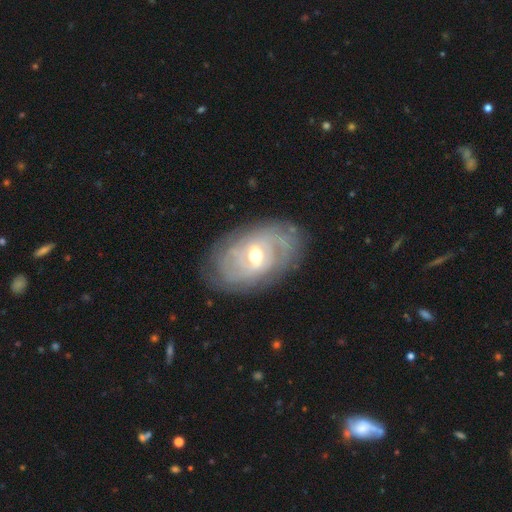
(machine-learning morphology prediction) Overall: featured or disk (83%). Edge-on disk: no (95%). Bar: weak (53%; no 27%). Spiral arms: yes (91%). Spiral arm count: can't tell (44%; 2 25%). Spiral winding: tight (71%). Bulge size: moderate (64%; small 31%). Merging: none (78%).